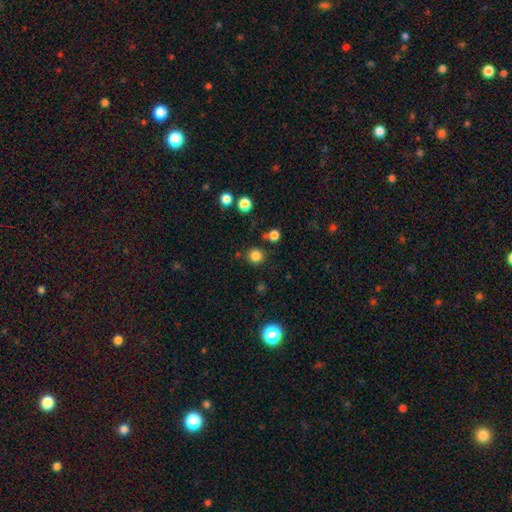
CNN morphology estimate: smooth 82%, star or artifact 14%, featured or disk 4%. Down the decision tree: how rounded — round (93%); merging — none (85%).